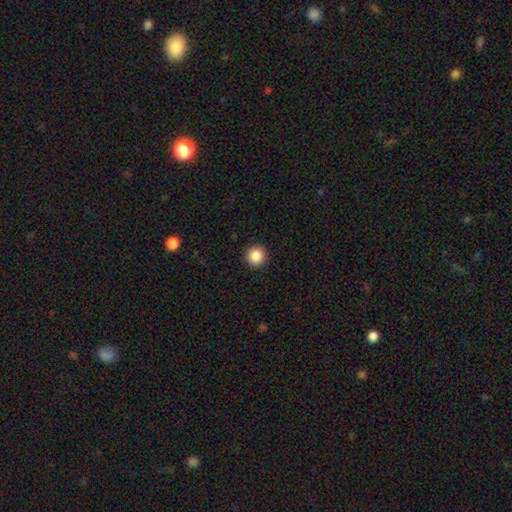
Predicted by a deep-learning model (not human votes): Smooth or featured? Predicted: smooth (p=0.86). How rounded? Predicted: round (p=0.96). Merging? Predicted: none (p=0.93).